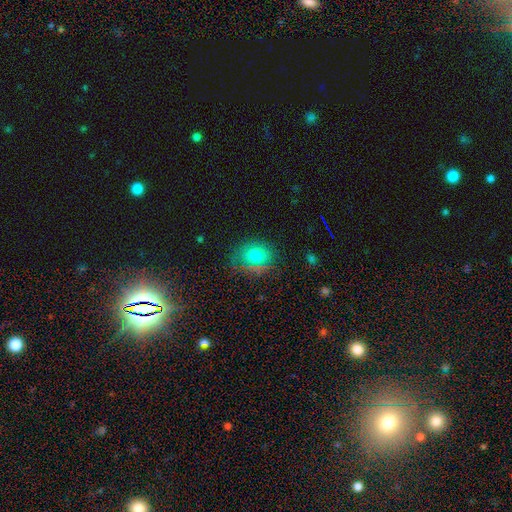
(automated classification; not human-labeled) Morphology: type=smooth (73%); roundness=round (60%); merging=none (75%).